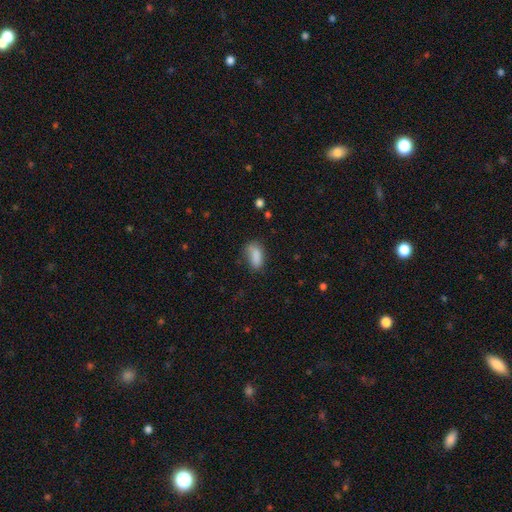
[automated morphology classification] Q: Smooth or featured?
A: smooth (84%); runner-up: star or artifact (9%)
Q: How rounded?
A: in between (85%); runner-up: cigar-shaped (10%)
Q: Merging?
A: none (60%); runner-up: minor disturbance (27%)